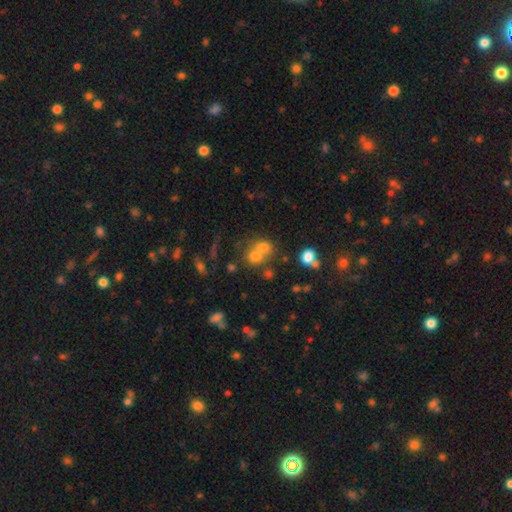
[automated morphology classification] Q: Smooth or featured?
A: smooth (65%); runner-up: star or artifact (18%)
Q: How rounded?
A: round (73%); runner-up: in between (26%)
Q: Merging?
A: merger (54%); runner-up: none (35%)